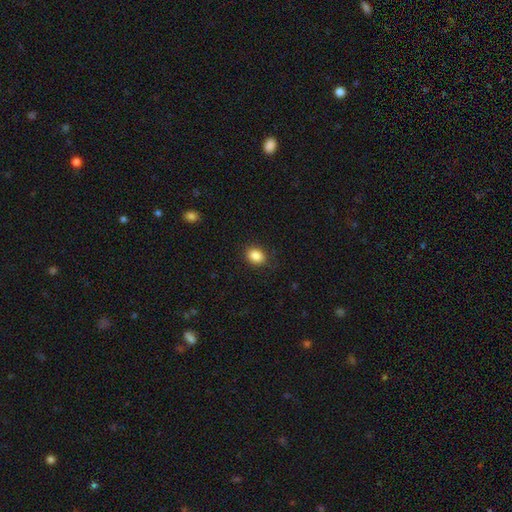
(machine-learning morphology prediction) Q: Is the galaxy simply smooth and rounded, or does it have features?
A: smooth — 87%.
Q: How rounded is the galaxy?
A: in between — 62%.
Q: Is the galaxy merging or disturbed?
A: none — 86%.